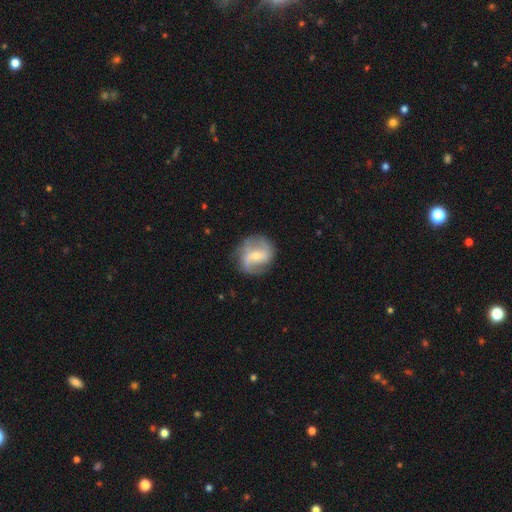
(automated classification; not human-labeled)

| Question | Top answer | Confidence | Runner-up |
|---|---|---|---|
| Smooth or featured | featured or disk | 76% | smooth (18%) |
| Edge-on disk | no | 97% | yes (3%) |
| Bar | weak | 51% | no (30%) |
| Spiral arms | yes | 92% | no (8%) |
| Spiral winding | loose | 42% | medium (41%) |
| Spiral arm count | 2 | 77% | can't tell (9%) |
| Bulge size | small | 52% | moderate (42%) |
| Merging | none | 75% | minor disturbance (16%) |